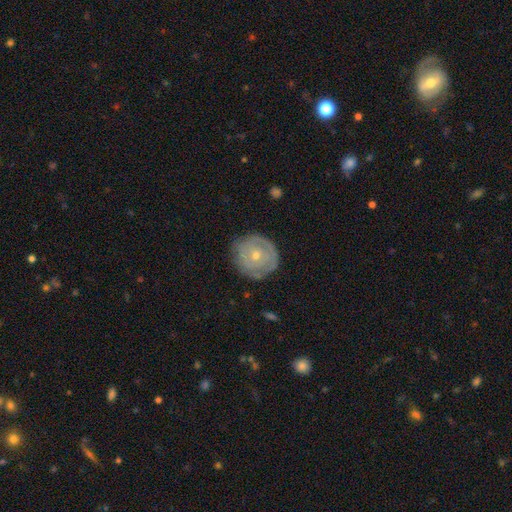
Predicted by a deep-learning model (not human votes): Smooth or featured? featured or disk (64%)
Edge-on disk? no (97%)
Bar? no (85%)
Spiral arms? yes (62%)
Bulge size? small (58%)
Merging? none (76%)